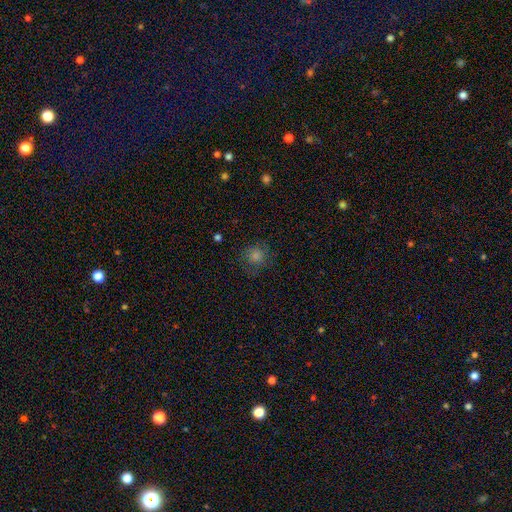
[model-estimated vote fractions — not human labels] Smooth or featured? smooth (62%)
How rounded? round (88%)
Merging? none (78%)